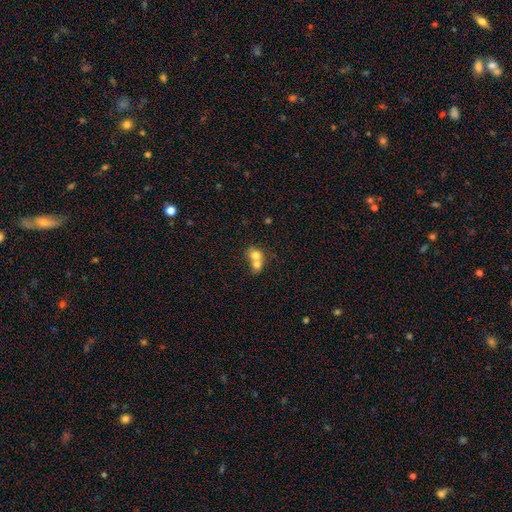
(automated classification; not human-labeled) Smooth or featured: smooth — 73% (featured or disk — 18%)
How rounded: round — 63% (in between — 36%)
Merging: merger — 73% (none — 20%)